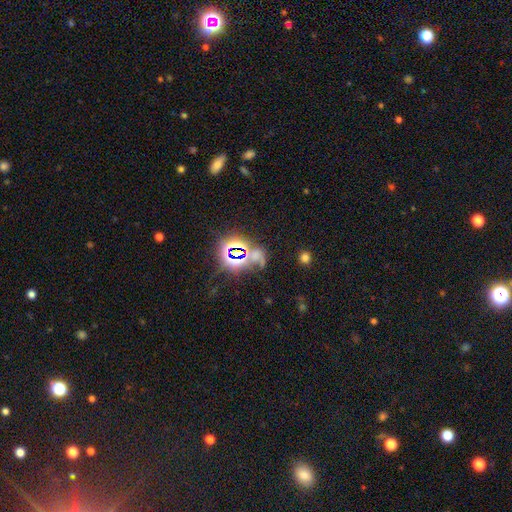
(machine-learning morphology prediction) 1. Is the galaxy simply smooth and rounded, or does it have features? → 67% star or artifact, 21% smooth, 12% featured or disk.